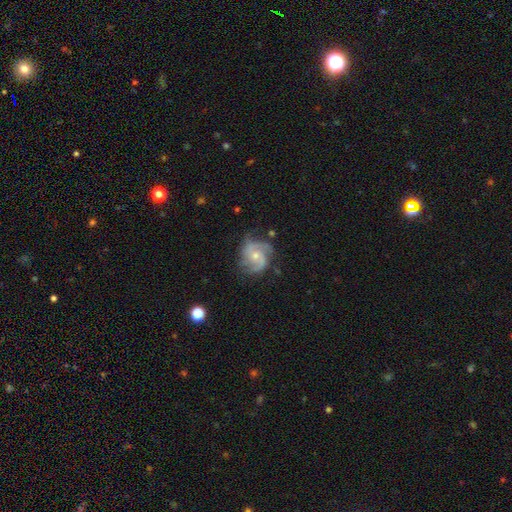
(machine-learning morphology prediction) smooth_or_featured: featured or disk (p=0.85) [alt: smooth p=0.09]
disk_edge_on: no (p=0.98) [alt: yes p=0.02]
bar: no (p=0.72) [alt: weak p=0.24]
has_spiral_arms: yes (p=0.96) [alt: no p=0.04]
spiral_winding: medium (p=0.48) [alt: tight p=0.39]
spiral_arm_count: 3 (p=0.42) [alt: 2 p=0.35]
bulge_size: small (p=0.56) [alt: moderate p=0.40]
merging: none (p=0.65) [alt: minor disturbance p=0.23]